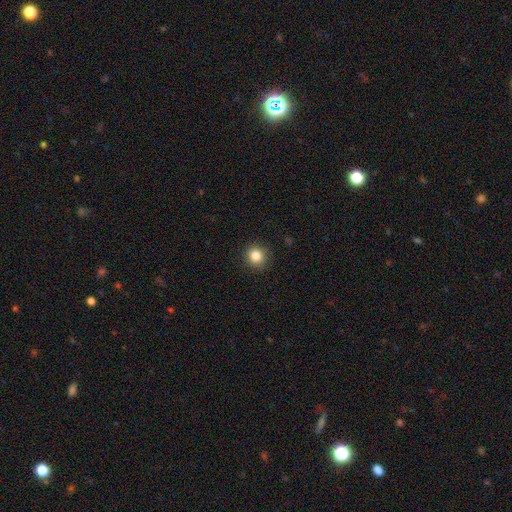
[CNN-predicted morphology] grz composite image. It shows a smooth galaxy with no disk features (84%) that is round (92%). Merging: none (91%).